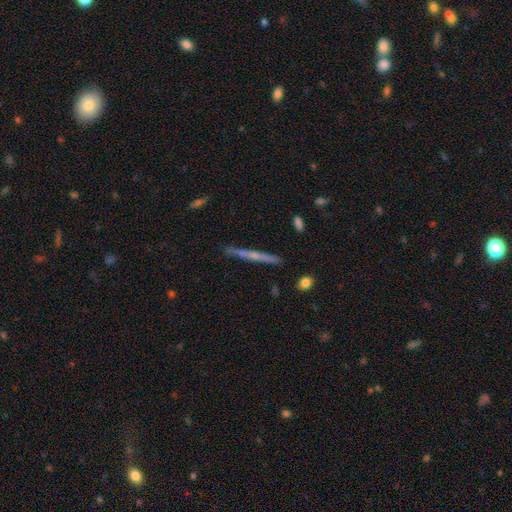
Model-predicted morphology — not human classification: A featured or disk galaxy (60%) viewed edge-on (97%) with no central bulge (53%). Merging: none (86%).